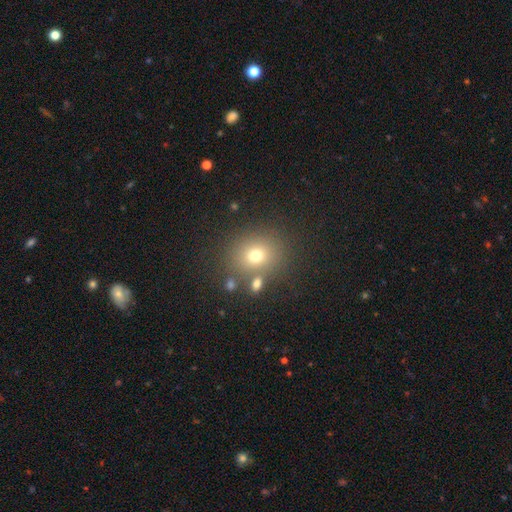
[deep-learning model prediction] This appears to be a smooth galaxy with no disk features (71%) that is round (74%). Merging: none (76%).